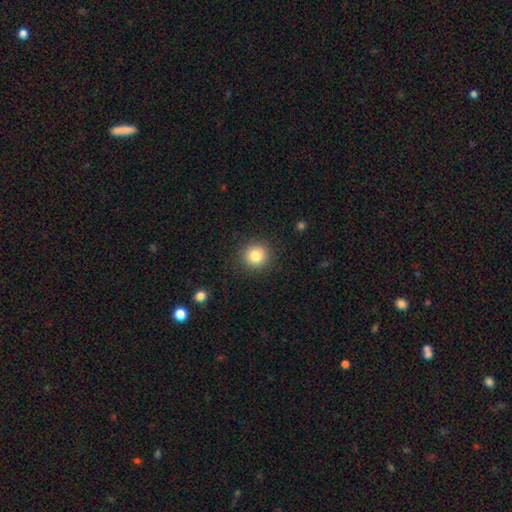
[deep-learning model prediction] smooth 83%, star or artifact 11%, featured or disk 6%. Down the decision tree: how rounded — round (93%); merging — none (90%).